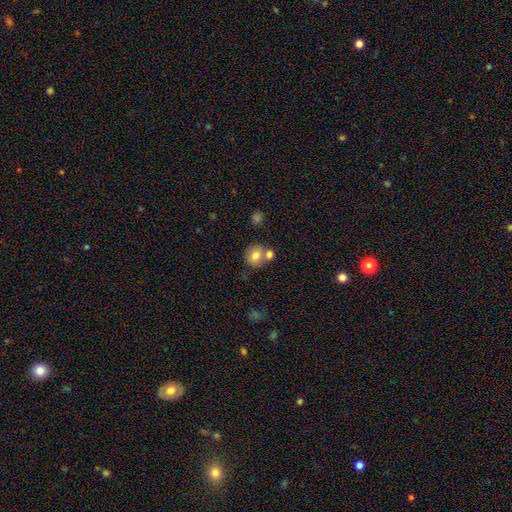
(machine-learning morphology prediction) This is likely a smooth galaxy (76%). How rounded: likely round (75%). Merging: possibly none (50%).